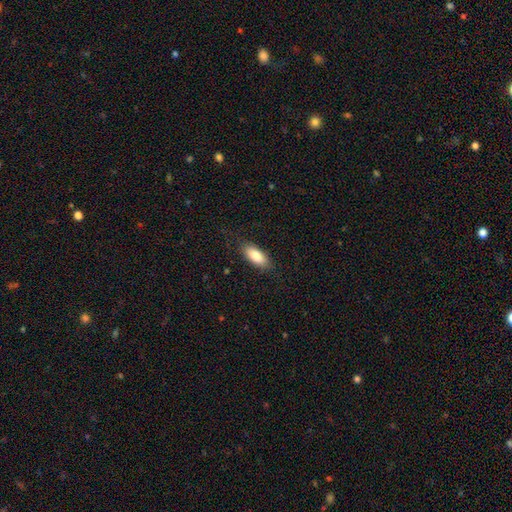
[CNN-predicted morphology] This is clearly a smooth galaxy (84%). How rounded: clearly in between (83%). Merging: clearly none (84%).